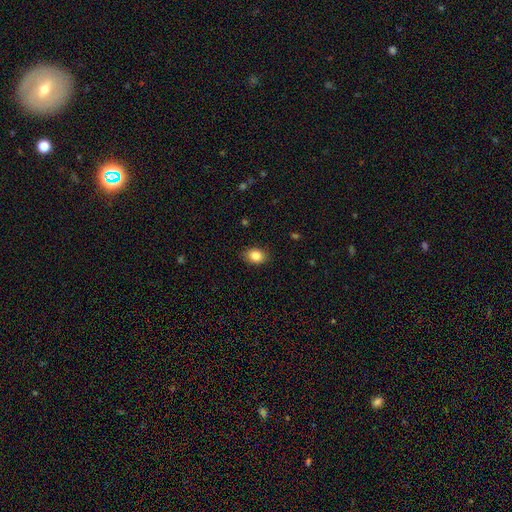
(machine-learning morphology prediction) smooth_or_featured: smooth (p=0.86) [alt: star or artifact p=0.09]
how_rounded: in between (p=0.70) [alt: round p=0.29]
merging: none (p=0.86) [alt: minor disturbance p=0.11]